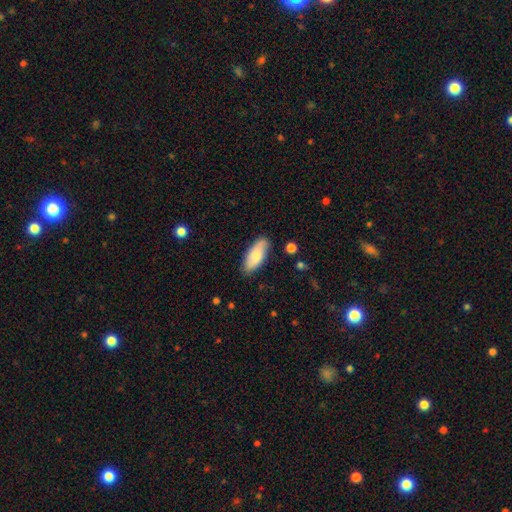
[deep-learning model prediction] Overall: smooth (78%). How rounded: in between (83%). Merging: none (83%).